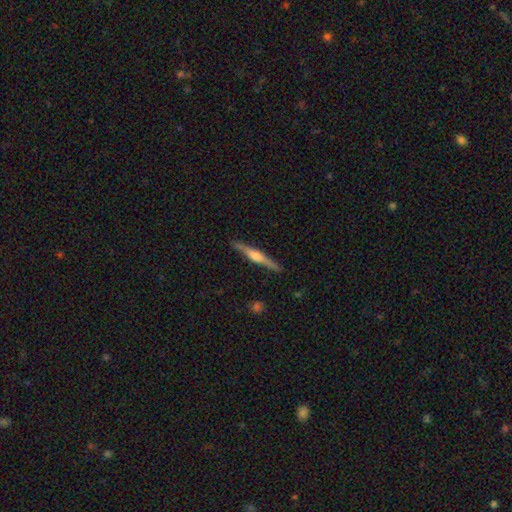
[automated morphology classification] featured or disk 75%, smooth 20%, star or artifact 5%. Down the decision tree: edge-on disk — yes (98%); edge-on bulge — rounded (83%); merging — none (90%).